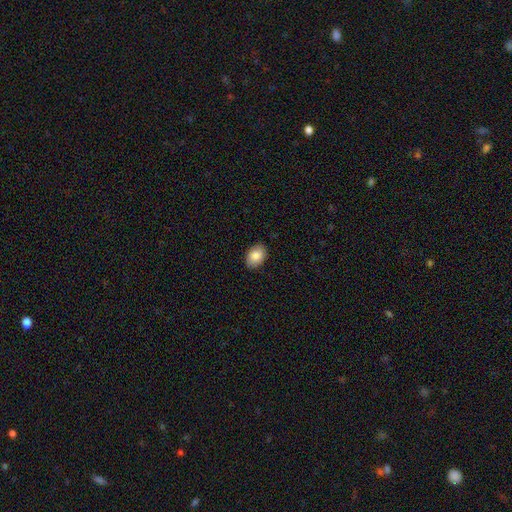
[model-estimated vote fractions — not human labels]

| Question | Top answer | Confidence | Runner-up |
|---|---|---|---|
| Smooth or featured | smooth | 86% | star or artifact (7%) |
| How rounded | in between | 82% | round (17%) |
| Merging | none | 87% | minor disturbance (10%) |